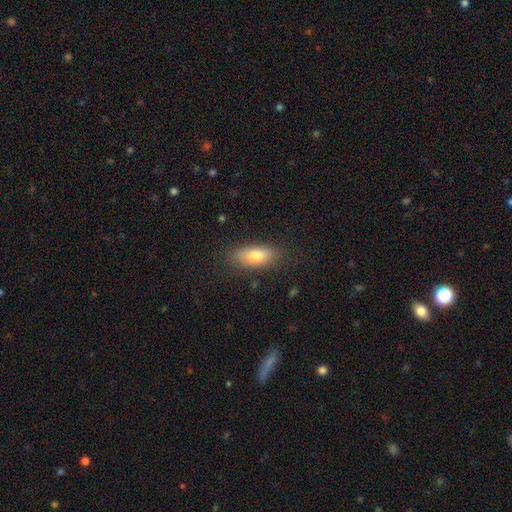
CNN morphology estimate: Smooth or featured? smooth (79%)
How rounded? in between (80%)
Merging? none (82%)